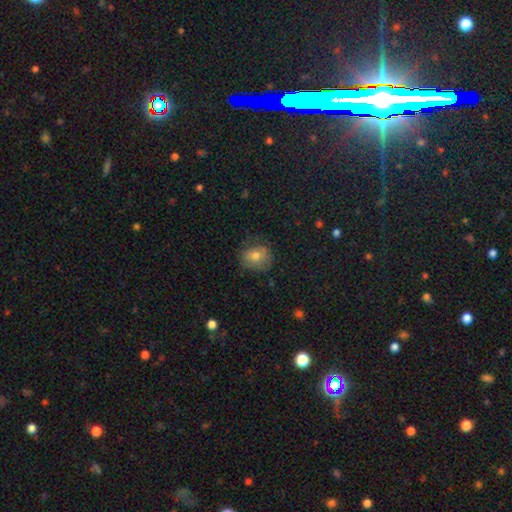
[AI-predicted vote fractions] This is likely a smooth galaxy (71%). How rounded: likely round (65%). Merging: likely none (69%).